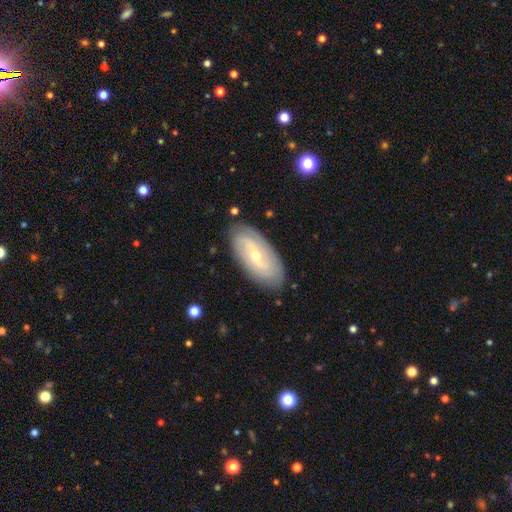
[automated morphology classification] This is likely a featured or disk galaxy (75%). It is clearly not viewed edge-on (90%). Bar: marginally weak (42%). Spiral arm pattern: clearly yes (87%). Spiral arm count: possibly 2 (58%). Spiral winding: marginally tight (39%). Central bulge: likely small (66%). Merging: clearly none (84%).